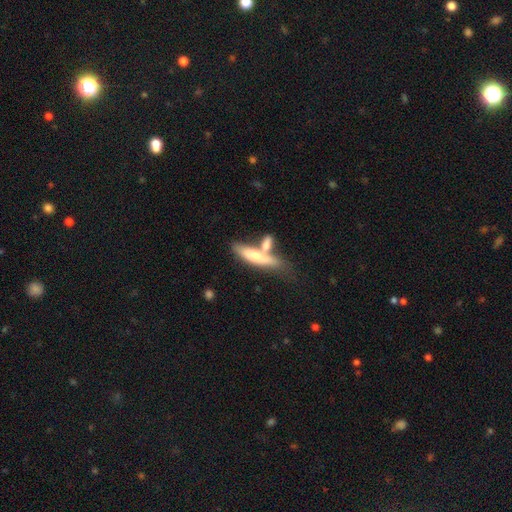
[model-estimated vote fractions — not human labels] smooth 56%, featured or disk 38%, star or artifact 6%. Down the decision tree: how rounded — cigar-shaped (71%); merging — merger (43%).